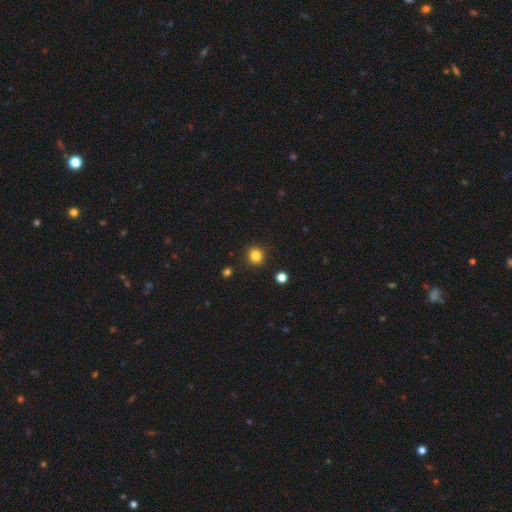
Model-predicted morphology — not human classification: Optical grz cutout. It shows a smooth galaxy with no disk features (84%) that is round (82%). Merging: none (90%).